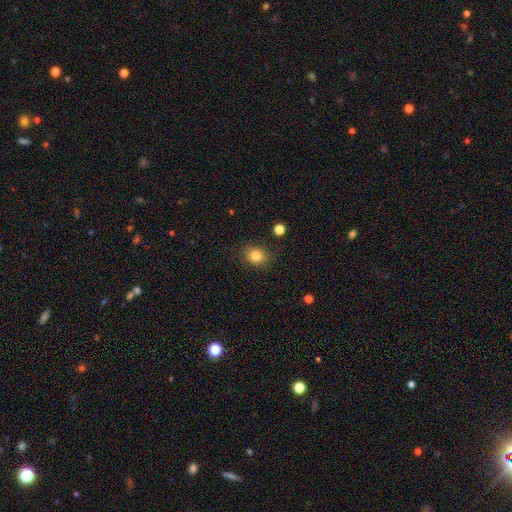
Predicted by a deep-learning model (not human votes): This appears to be a smooth galaxy with no disk features (82%) that is in between round and cigar-shaped (52%). Merging: none (84%).